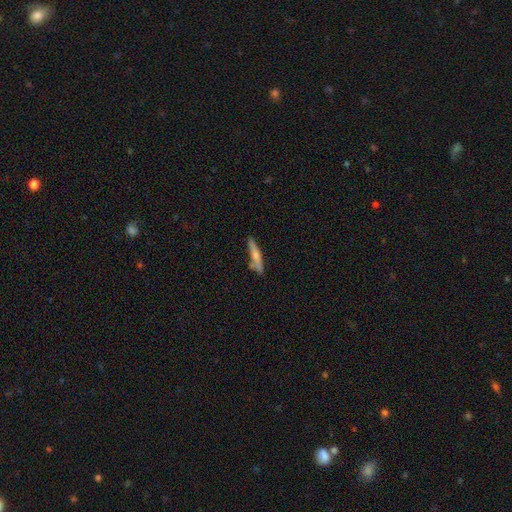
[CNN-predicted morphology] Smooth or featured? Predicted: smooth (p=0.59). How rounded? Predicted: cigar-shaped (p=0.88). Merging? Predicted: none (p=0.69).